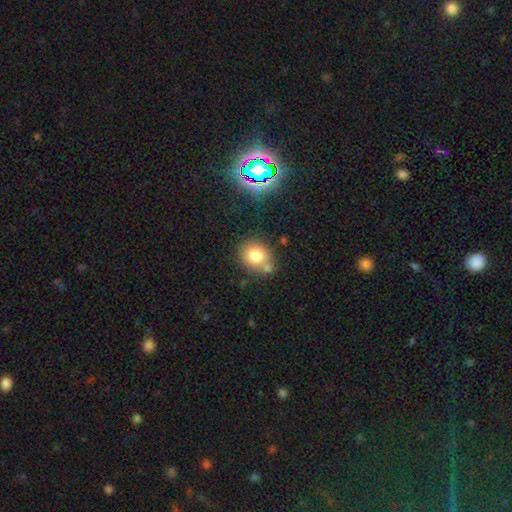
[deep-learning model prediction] smooth_or_featured: smooth (p=0.78) [alt: star or artifact p=0.12]
how_rounded: round (p=0.72) [alt: in between p=0.27]
merging: none (p=0.65) [alt: merger p=0.17]